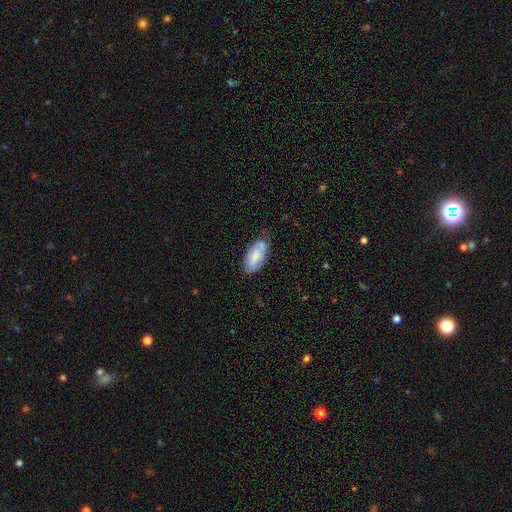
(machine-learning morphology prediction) type=smooth (60%); roundness=in between (91%); merging=none (60%).